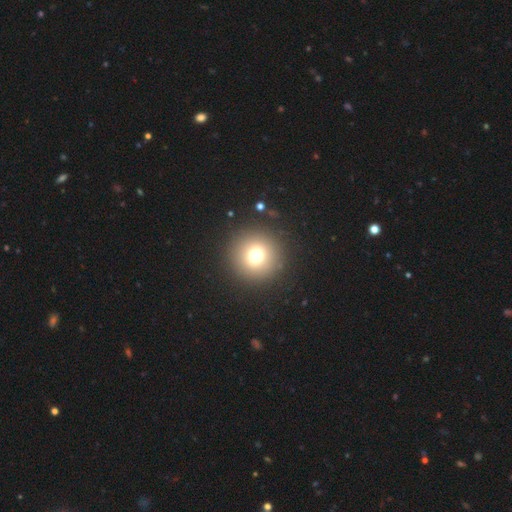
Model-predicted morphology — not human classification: smooth 71%, star or artifact 18%, featured or disk 11%. Down the decision tree: how rounded — round (96%); merging — none (90%).